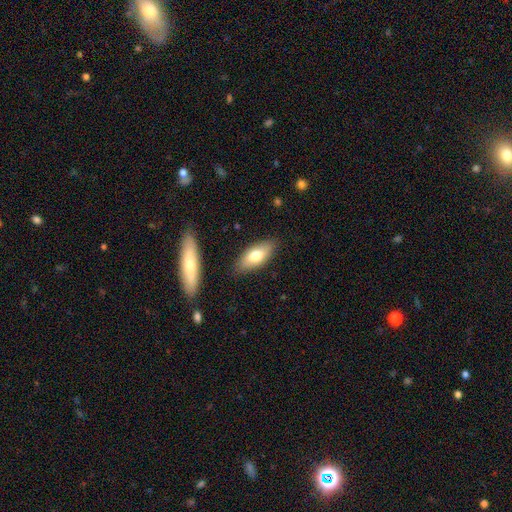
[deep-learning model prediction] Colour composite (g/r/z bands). It shows a smooth galaxy with no disk features (73%) that is in between round and cigar-shaped (81%). Merging: none (83%).